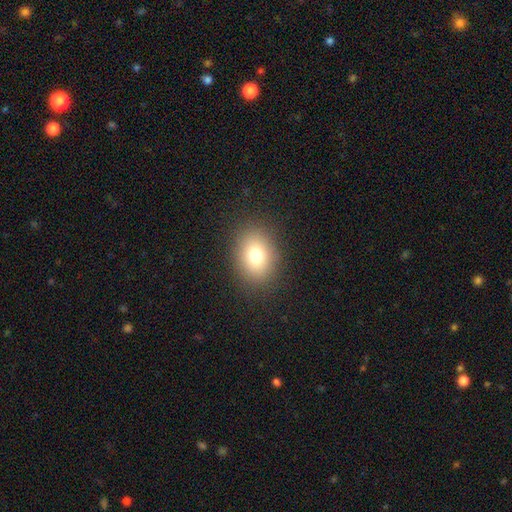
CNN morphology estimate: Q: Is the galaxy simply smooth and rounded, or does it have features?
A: smooth — 76%.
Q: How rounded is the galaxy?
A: in between — 58%.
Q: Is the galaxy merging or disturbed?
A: none — 86%.